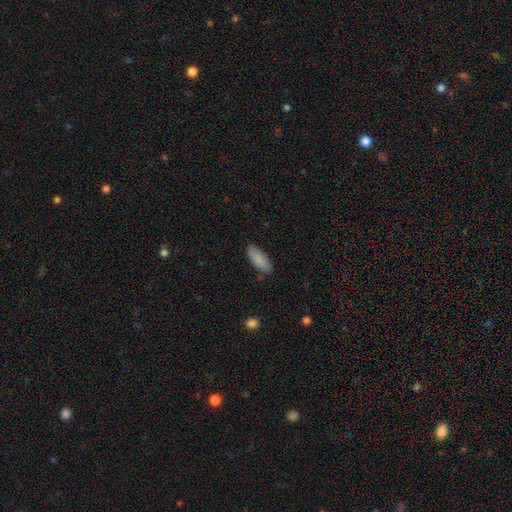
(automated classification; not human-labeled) This is clearly a smooth galaxy (86%). How rounded: likely in between (70%). Merging: clearly none (84%).